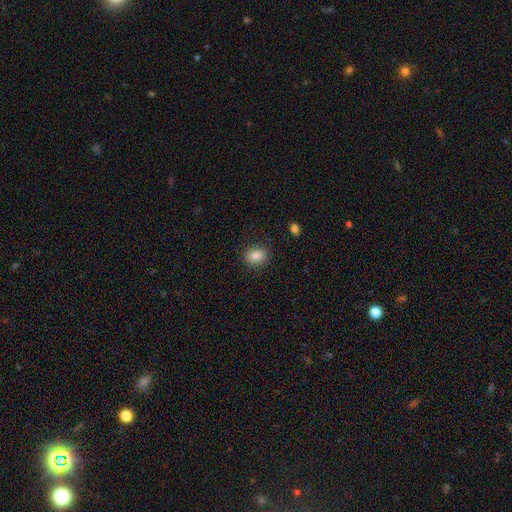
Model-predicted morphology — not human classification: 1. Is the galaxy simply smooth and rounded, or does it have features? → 86% smooth, 9% star or artifact, 5% featured or disk.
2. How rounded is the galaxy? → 52% in between, 47% round, 1% cigar-shaped.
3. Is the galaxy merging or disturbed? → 87% none, 9% minor disturbance, 3% major disturbance, 1% merger.